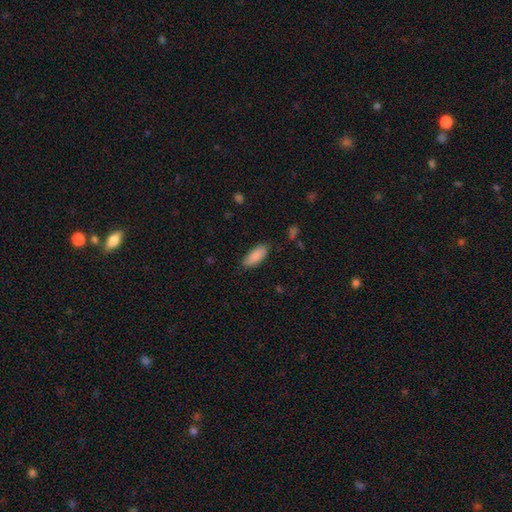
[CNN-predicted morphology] A smooth galaxy with no disk features (89%) that is in between round and cigar-shaped (83%).

Vote fractions:
- Smooth or featured? smooth: 89% / star or artifact: 6% / featured or disk: 5%
- How rounded? in between: 83% / cigar-shaped: 16% / round: 2%
- Merging? none: 83% / minor disturbance: 13% / major disturbance: 3% / merger: 1%